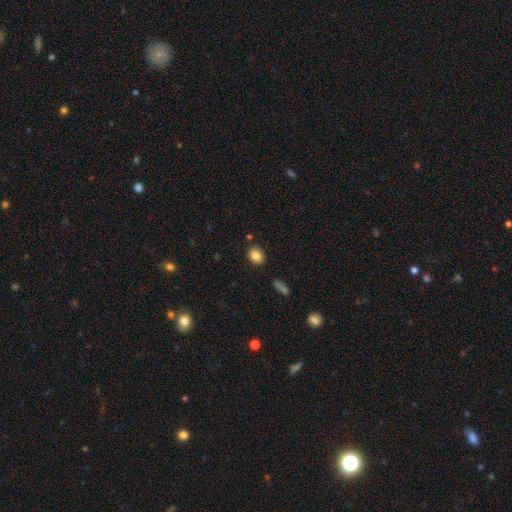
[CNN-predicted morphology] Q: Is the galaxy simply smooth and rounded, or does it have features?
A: smooth — 84%.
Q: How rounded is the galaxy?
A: in between — 51%.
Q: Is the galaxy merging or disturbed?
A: none — 85%.